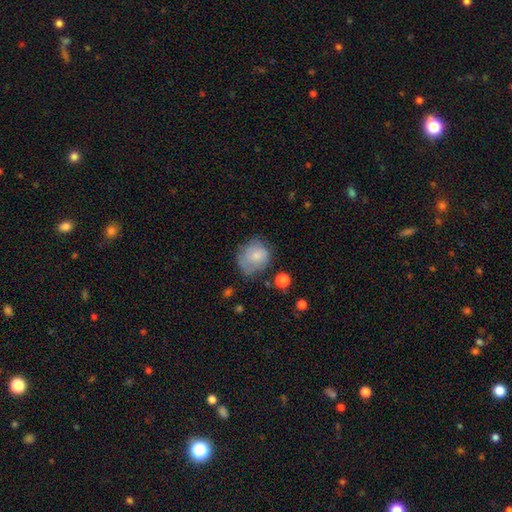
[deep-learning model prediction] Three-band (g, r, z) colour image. It shows a smooth galaxy with no disk features (68%) that is round (68%). Merging: none (52%).